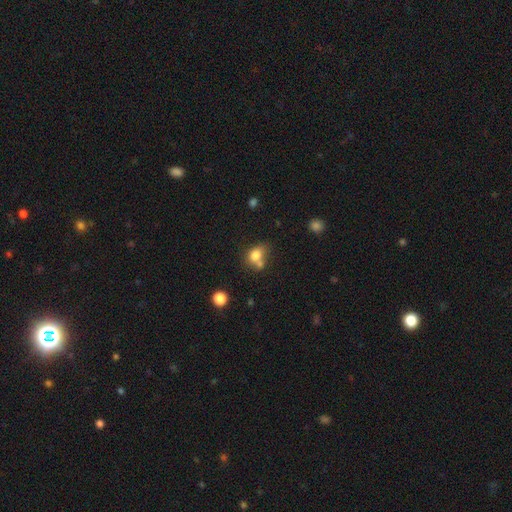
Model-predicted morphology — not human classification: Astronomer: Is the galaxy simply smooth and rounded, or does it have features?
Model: smooth — 78%.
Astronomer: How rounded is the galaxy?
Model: in between — 59% (runner-up: round, 39%).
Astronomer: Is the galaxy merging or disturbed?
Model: none — 40% (runner-up: merger, 37%).